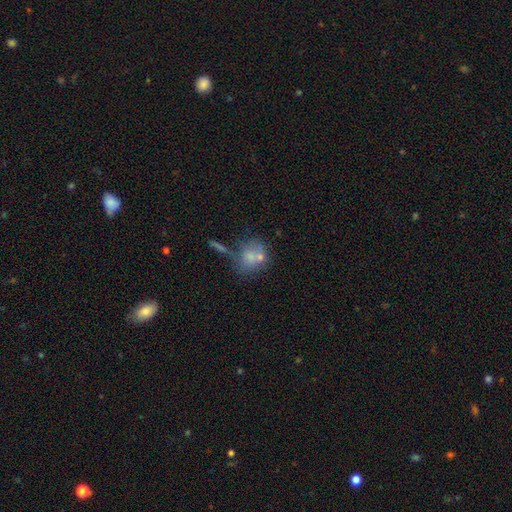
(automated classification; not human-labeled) A smooth galaxy with no disk features (64%) that is round (64%). Merging: none (41%).